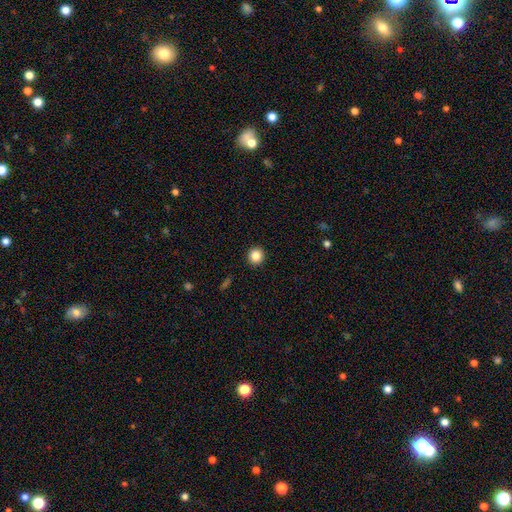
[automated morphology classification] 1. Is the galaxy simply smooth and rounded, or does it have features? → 85% smooth, 10% star or artifact, 5% featured or disk.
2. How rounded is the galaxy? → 93% round, 6% in between, 1% cigar-shaped.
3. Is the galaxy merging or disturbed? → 93% none, 4% minor disturbance, 2% major disturbance, 1% merger.